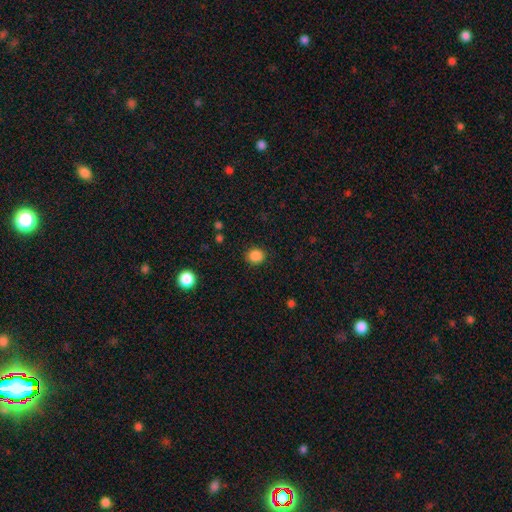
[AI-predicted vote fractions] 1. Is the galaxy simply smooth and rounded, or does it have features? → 87% smooth, 11% star or artifact, 3% featured or disk.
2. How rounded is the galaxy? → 77% round, 22% in between, 1% cigar-shaped.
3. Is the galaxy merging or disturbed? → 89% none, 7% minor disturbance, 3% major disturbance, 1% merger.